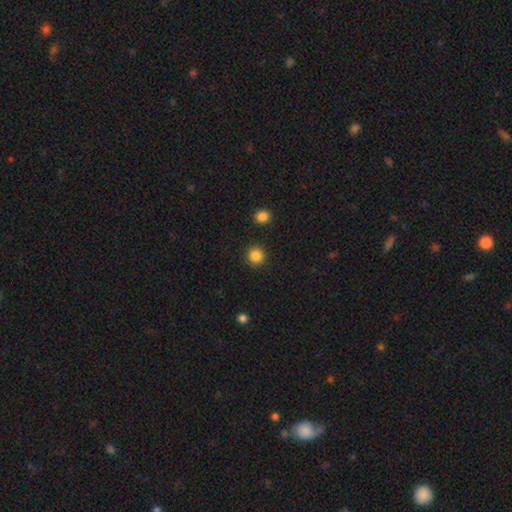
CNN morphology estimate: smooth_or_featured: smooth (p=0.86) [alt: star or artifact p=0.11]
how_rounded: round (p=0.94) [alt: in between p=0.05]
merging: none (p=0.91) [alt: minor disturbance p=0.05]